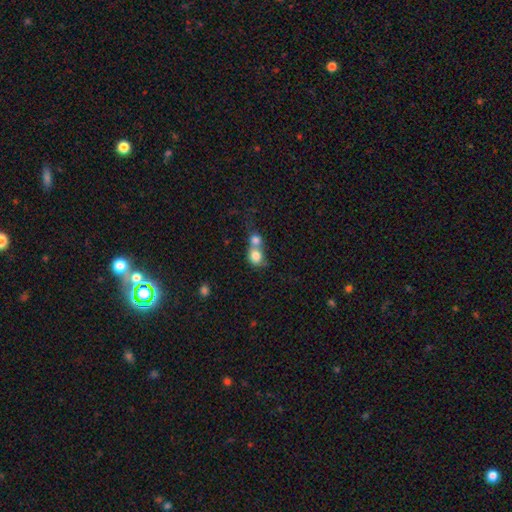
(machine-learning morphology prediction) A smooth galaxy with no disk features (79%) that is round (71%). Merging: merger (69%).